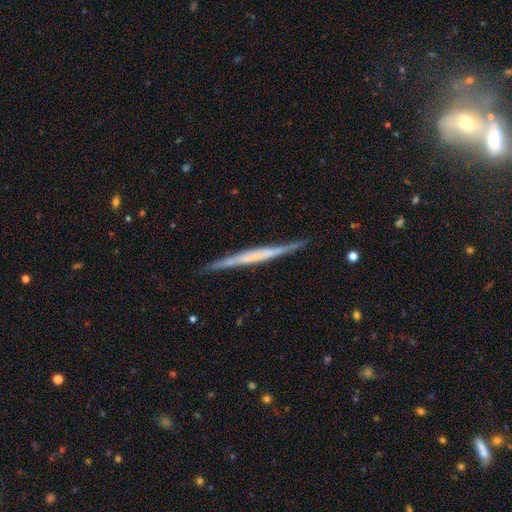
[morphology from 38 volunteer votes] This is clearly a featured or disk galaxy (84%). It is clearly viewed edge-on (94%). Edge-on bulge: likely none (67%). Merging: clearly none (97%).